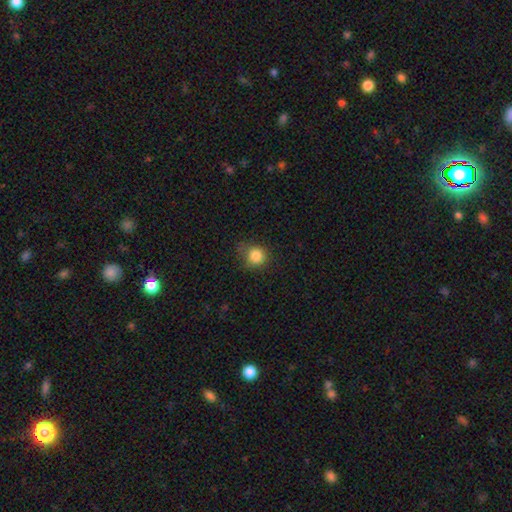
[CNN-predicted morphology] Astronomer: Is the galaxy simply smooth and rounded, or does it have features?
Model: smooth — 84%.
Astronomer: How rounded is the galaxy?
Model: round — 87%.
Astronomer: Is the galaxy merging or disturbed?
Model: none — 68%.